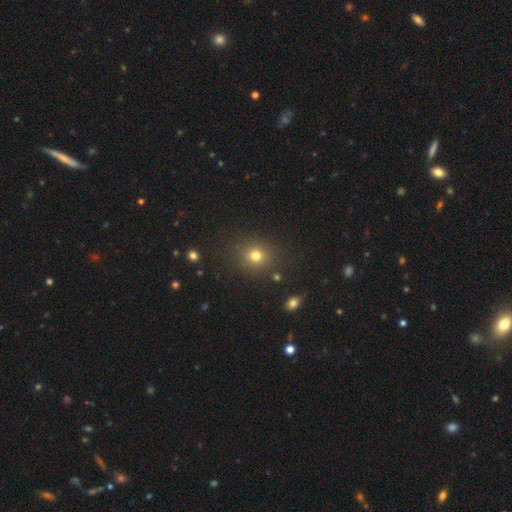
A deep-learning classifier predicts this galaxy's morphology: The model was most divided on "smooth or featured": smooth: 76%, star or artifact: 17%, featured or disk: 7%. More confident: merging — none (86%); how rounded — round (82%).